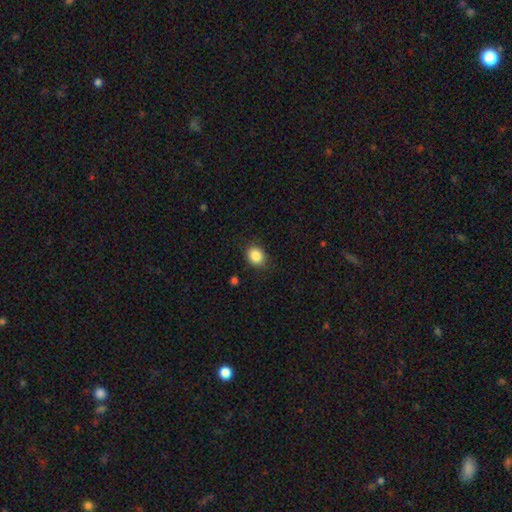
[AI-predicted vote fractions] smooth_or_featured: smooth (p=0.86) [alt: star or artifact p=0.09]
how_rounded: round (p=0.61) [alt: in between p=0.38]
merging: none (p=0.83) [alt: minor disturbance p=0.13]